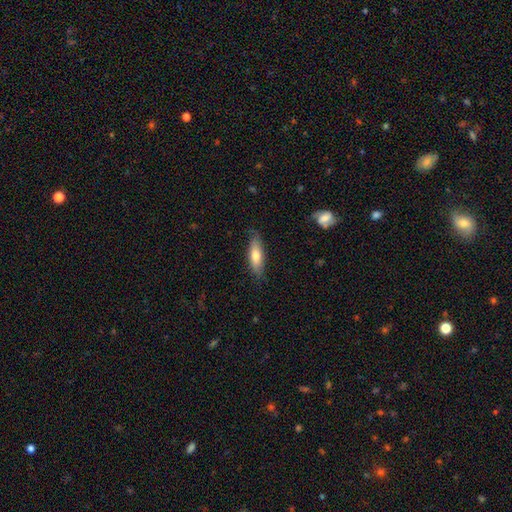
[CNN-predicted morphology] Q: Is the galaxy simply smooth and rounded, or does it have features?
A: smooth — 68%.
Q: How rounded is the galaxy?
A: in between — 50%.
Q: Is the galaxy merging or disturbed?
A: none — 76%.